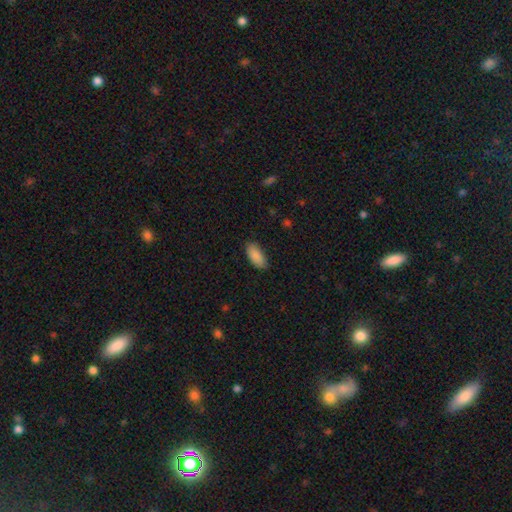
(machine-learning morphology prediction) smooth_or_featured: smooth (p=0.89) [alt: star or artifact p=0.06]
how_rounded: in between (p=0.89) [alt: cigar-shaped p=0.09]
merging: none (p=0.84) [alt: minor disturbance p=0.12]